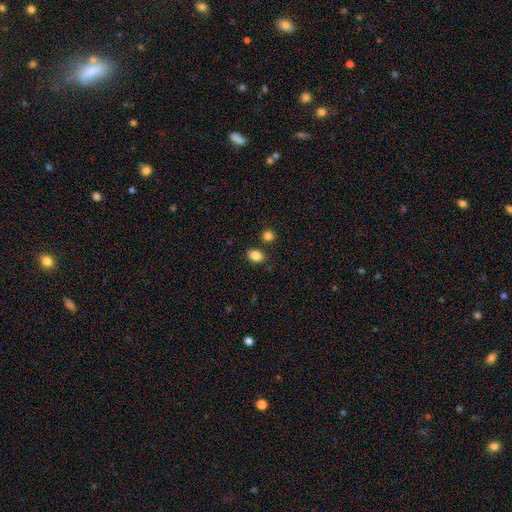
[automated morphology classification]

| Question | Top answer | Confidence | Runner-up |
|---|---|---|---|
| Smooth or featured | smooth | 86% | star or artifact (10%) |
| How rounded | in between | 78% | round (21%) |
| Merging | none | 80% | minor disturbance (10%) |